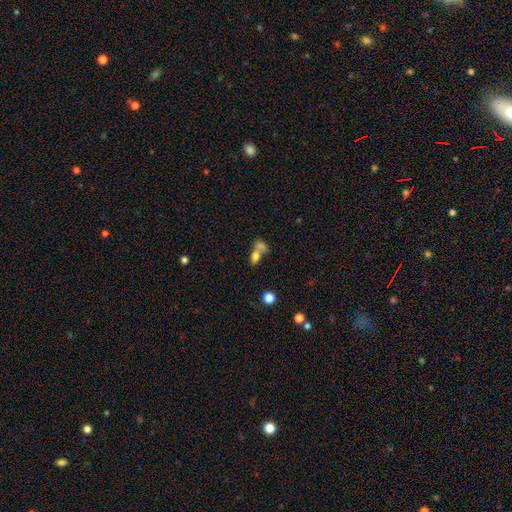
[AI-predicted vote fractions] smooth_or_featured: smooth (p=0.58) [alt: featured or disk p=0.21]
how_rounded: in between (p=0.59) [alt: round p=0.32]
merging: merger (p=0.53) [alt: none p=0.33]